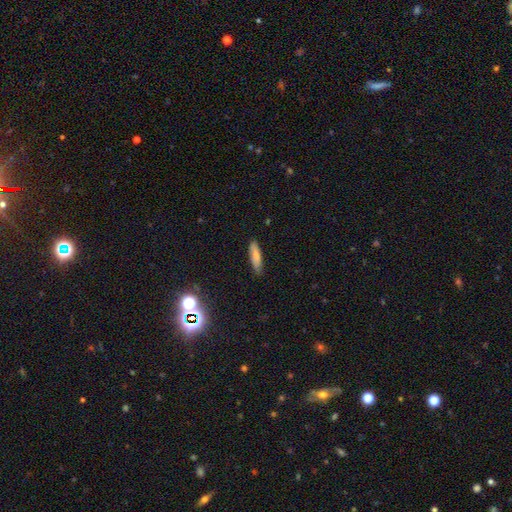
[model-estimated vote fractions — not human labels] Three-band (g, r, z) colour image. It shows a smooth galaxy with no disk features (80%) that is cigar-shaped (74%). Merging: none (84%).